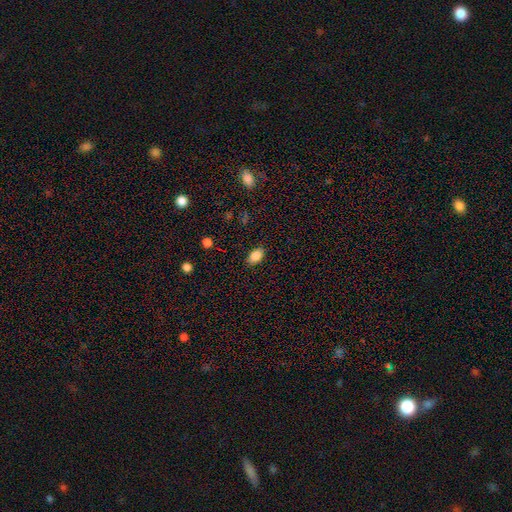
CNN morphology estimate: Overall: smooth (86%). How rounded: in between (89%). Merging: none (86%).